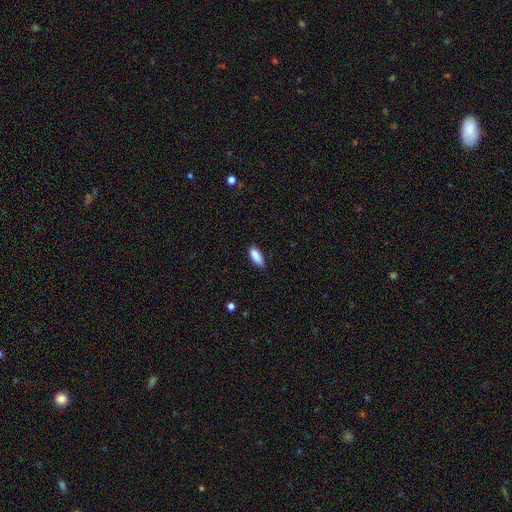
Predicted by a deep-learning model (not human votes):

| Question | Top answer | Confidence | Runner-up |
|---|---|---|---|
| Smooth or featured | smooth | 88% | star or artifact (7%) |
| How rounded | in between | 78% | cigar-shaped (20%) |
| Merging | none | 78% | minor disturbance (18%) |